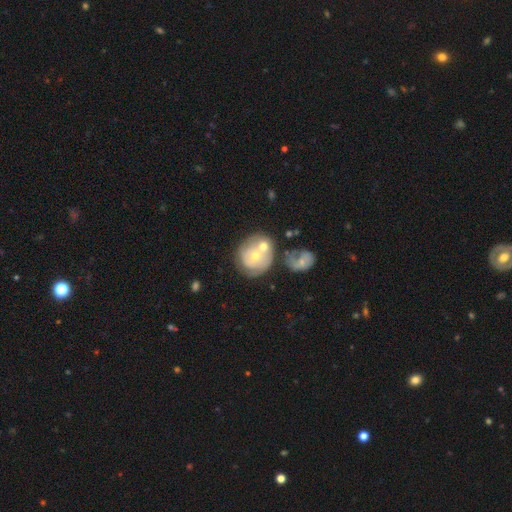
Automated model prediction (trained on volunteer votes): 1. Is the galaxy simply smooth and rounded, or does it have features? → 53% featured or disk, 40% smooth, 7% star or artifact.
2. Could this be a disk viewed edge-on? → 97% no, 3% yes.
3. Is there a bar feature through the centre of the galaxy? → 84% no, 13% weak, 3% strong.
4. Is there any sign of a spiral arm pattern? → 53% no, 47% yes.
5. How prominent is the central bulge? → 53% moderate, 42% small, 3% large, 2% none, 1% dominant.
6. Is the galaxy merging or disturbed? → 48% merger, 31% none, 14% minor disturbance, 7% major disturbance.